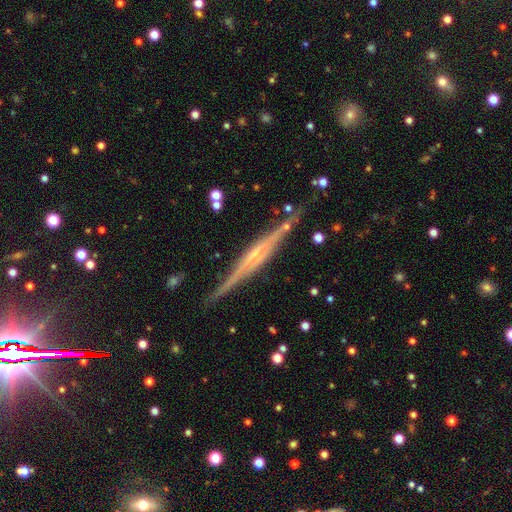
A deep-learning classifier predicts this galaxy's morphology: Overall: featured or disk (82%). Edge-on disk: yes (97%). Edge-on bulge: rounded (56%; none 23%). Merging: none (83%).